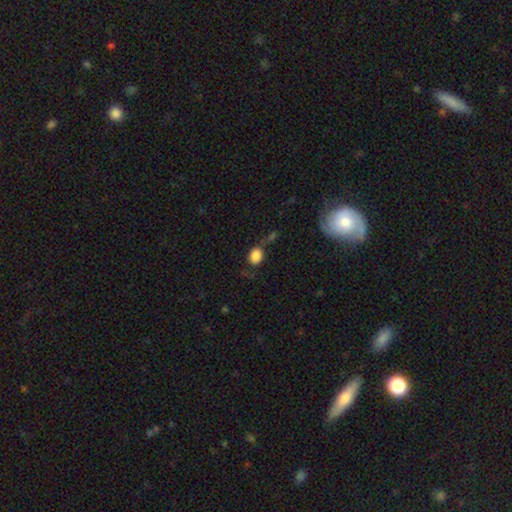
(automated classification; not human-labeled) The model was most divided on "how rounded": in between: 51%, round: 48%, cigar-shaped: 1%. More confident: smooth or featured — smooth (86%); merging — none (58%).